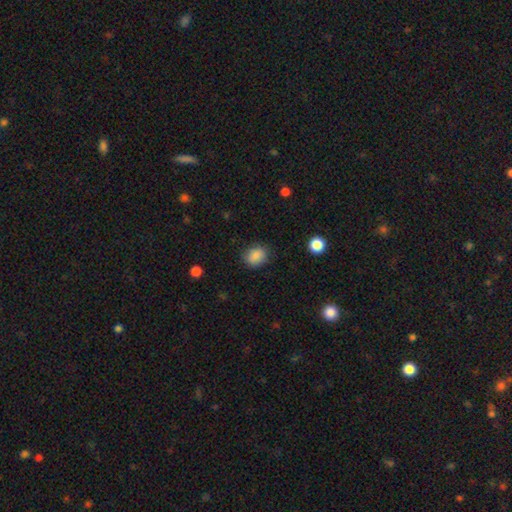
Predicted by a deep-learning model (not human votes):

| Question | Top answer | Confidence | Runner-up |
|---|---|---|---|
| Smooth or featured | smooth | 87% | star or artifact (9%) |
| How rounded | round | 57% | in between (42%) |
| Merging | none | 85% | minor disturbance (11%) |